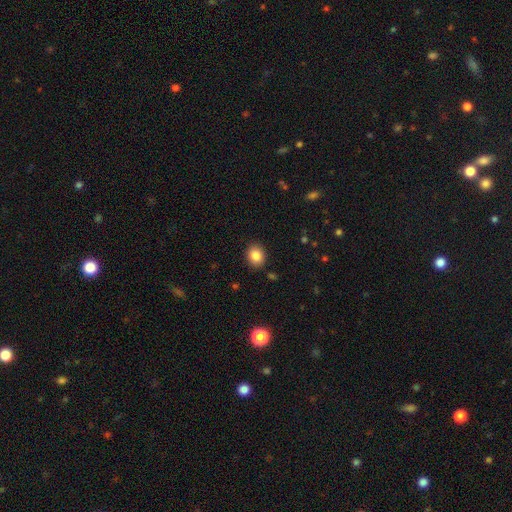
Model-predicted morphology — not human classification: A smooth galaxy with no disk features (86%) that is round (60%). Merging: none (89%).